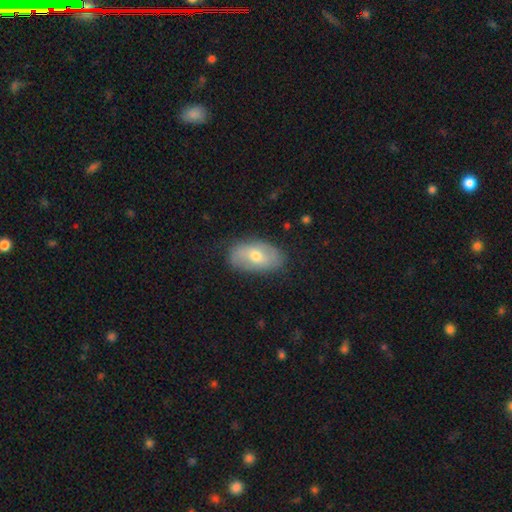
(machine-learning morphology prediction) Q: Smooth or featured?
A: featured or disk (50%); runner-up: smooth (43%)
Q: Edge-on disk?
A: no (91%); runner-up: yes (9%)
Q: Merging?
A: none (79%); runner-up: minor disturbance (16%)